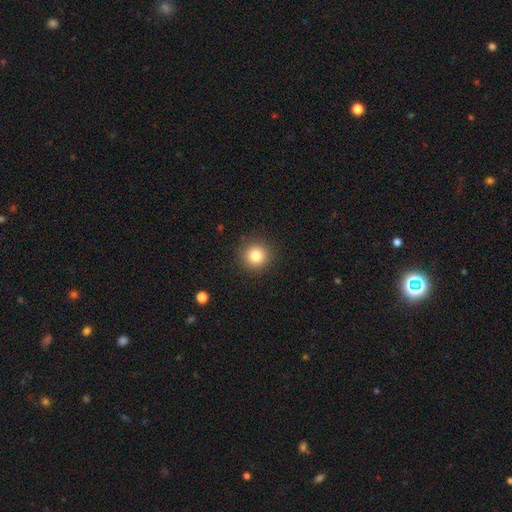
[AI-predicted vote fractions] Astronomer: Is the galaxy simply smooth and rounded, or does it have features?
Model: smooth — 82%.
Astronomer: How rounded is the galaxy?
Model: round — 94%.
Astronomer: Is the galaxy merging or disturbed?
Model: none — 90%.